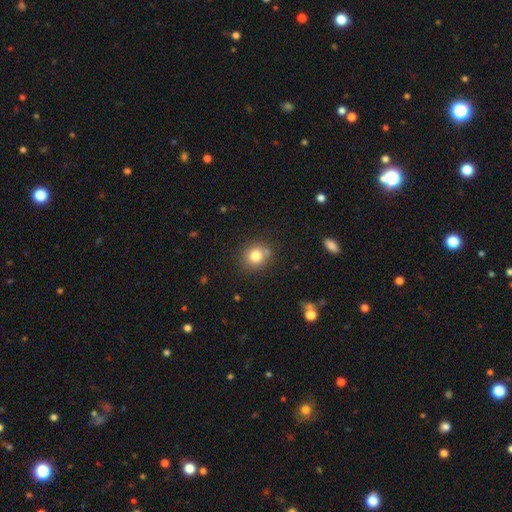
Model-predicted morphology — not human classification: Smooth or featured: smooth — 80% (star or artifact — 12%)
How rounded: round — 79% (in between — 20%)
Merging: none — 79% (minor disturbance — 12%)